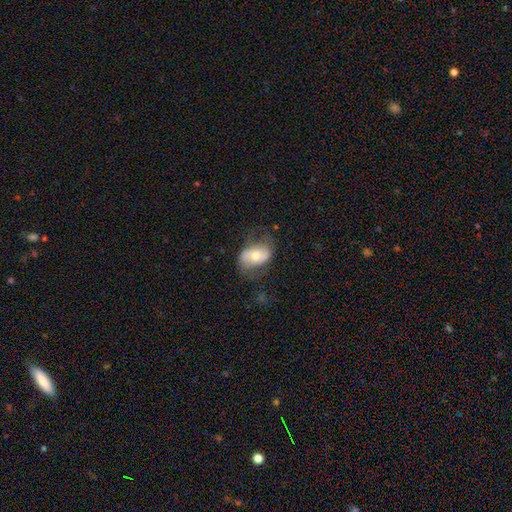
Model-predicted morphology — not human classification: This is possibly a smooth galaxy (51%). How rounded: clearly in between (86%). Merging: possibly none (59%).